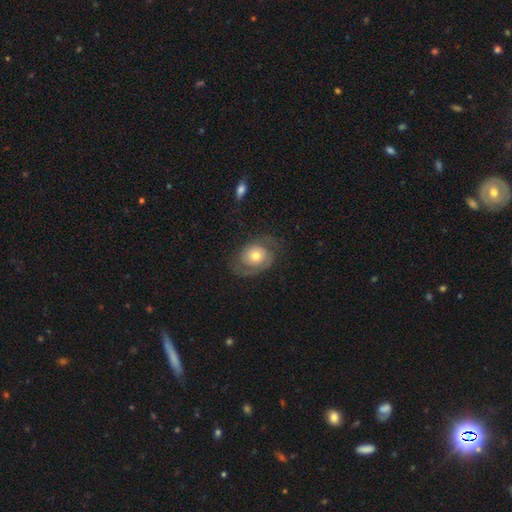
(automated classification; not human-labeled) This is possibly a featured or disk galaxy (56%). It is clearly not viewed edge-on (96%). Bar: clearly no (81%). Spiral arm pattern: likely yes (79%). Central bulge: likely moderate (66%). Merging: likely none (61%).